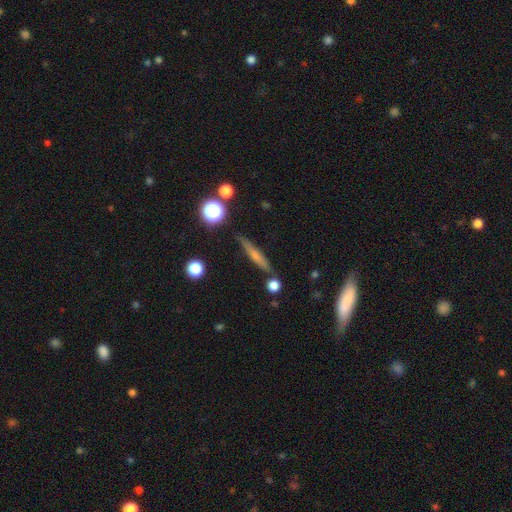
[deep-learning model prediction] A smooth galaxy with no disk features (52%) that is cigar-shaped (87%). Merging: none (82%).